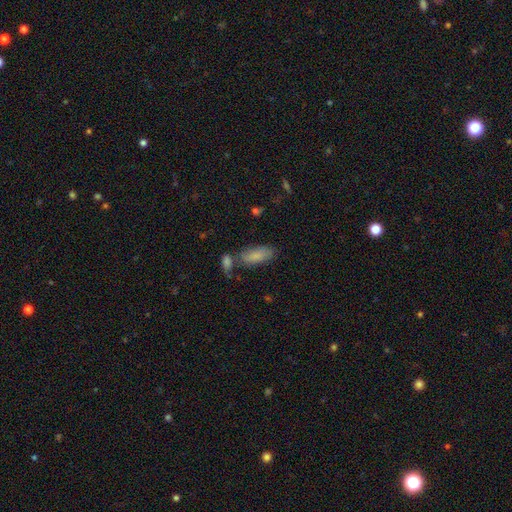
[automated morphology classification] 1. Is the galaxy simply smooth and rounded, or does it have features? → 82% smooth, 11% featured or disk, 8% star or artifact.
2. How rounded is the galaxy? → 81% in between, 16% cigar-shaped, 2% round.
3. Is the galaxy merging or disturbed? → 57% none, 21% merger, 16% minor disturbance, 6% major disturbance.